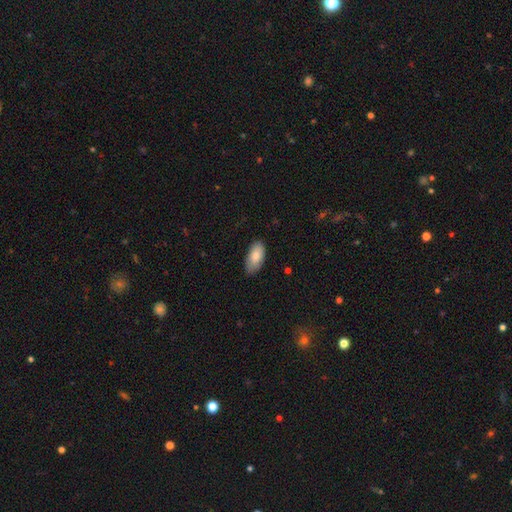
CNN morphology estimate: Q: Smooth or featured?
A: smooth (83%); runner-up: featured or disk (11%)
Q: How rounded?
A: in between (93%); runner-up: cigar-shaped (5%)
Q: Merging?
A: none (79%); runner-up: minor disturbance (18%)